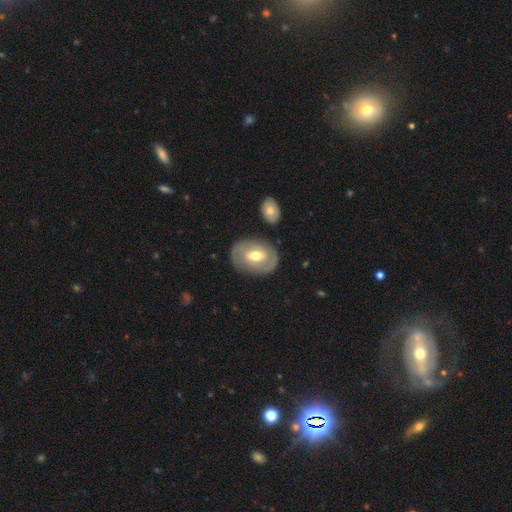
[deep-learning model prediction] Smooth or featured: featured or disk — 54% (smooth — 40%)
Edge-on disk: no — 94% (yes — 6%)
Bar: weak — 46% (no — 35%)
Spiral arms: no — 54% (yes — 46%)
Bulge size: moderate — 75% (small — 14%)
Merging: none — 78% (minor disturbance — 14%)